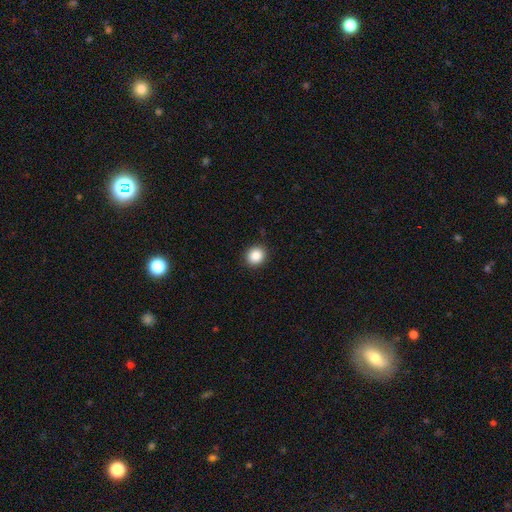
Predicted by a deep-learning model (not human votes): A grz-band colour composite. It shows a smooth galaxy with no disk features (87%) that is round (83%). Merging: none (91%).